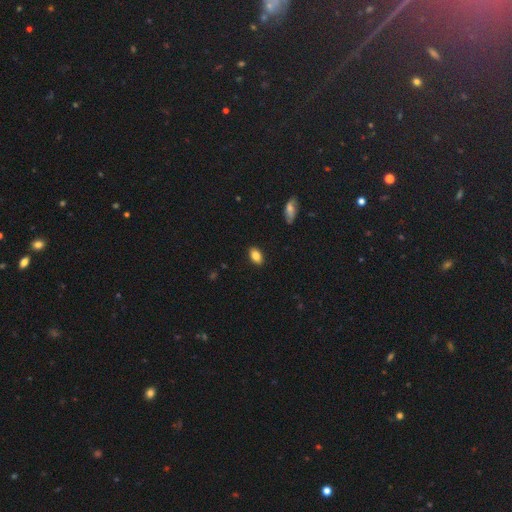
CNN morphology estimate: This is clearly a smooth galaxy (85%). How rounded: clearly in between (90%). Merging: clearly none (87%).